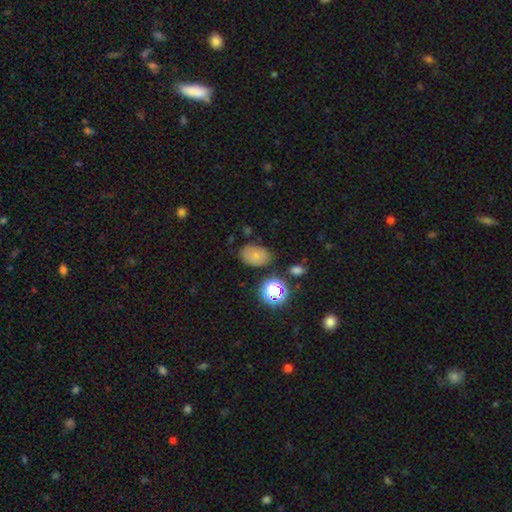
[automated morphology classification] The model was most divided on "merging": none: 71%, minor disturbance: 19%, major disturbance: 5%, merger: 5%. More confident: how rounded — in between (78%); smooth or featured — smooth (70%).